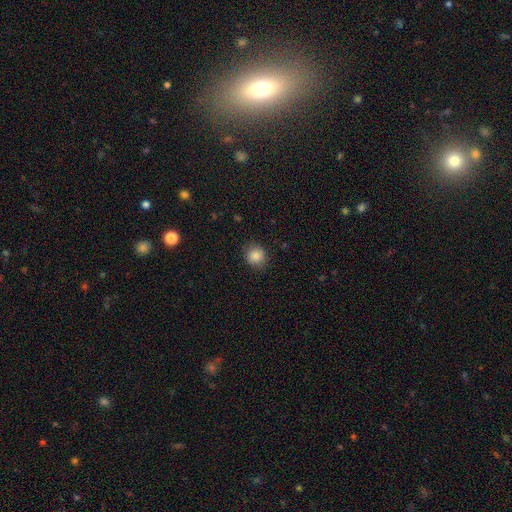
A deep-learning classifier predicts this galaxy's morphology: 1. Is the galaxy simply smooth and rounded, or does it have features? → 85% smooth, 10% star or artifact, 5% featured or disk.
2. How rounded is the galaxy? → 87% round, 12% in between, 1% cigar-shaped.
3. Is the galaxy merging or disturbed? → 87% none, 9% minor disturbance, 3% major disturbance, 1% merger.